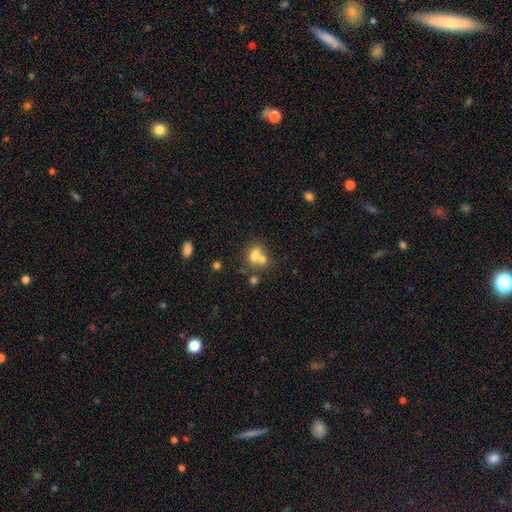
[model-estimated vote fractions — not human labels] This appears to be a smooth galaxy with no disk features (70%) that is in between round and cigar-shaped (56%). Merging: merger (53%).